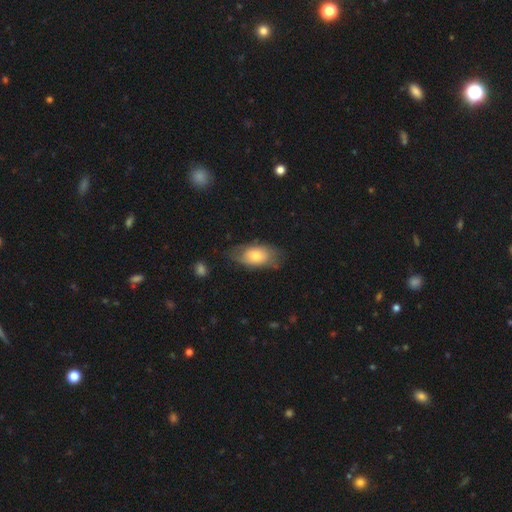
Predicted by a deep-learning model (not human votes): Smooth or featured? Predicted: smooth (p=0.65). How rounded? Predicted: in between (p=0.90). Merging? Predicted: none (p=0.61).